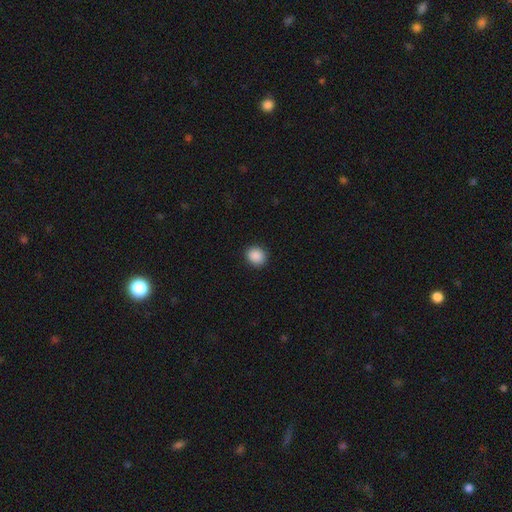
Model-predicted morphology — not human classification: smooth_or_featured: smooth (p=0.89) [alt: star or artifact p=0.09]
how_rounded: round (p=0.75) [alt: in between p=0.24]
merging: none (p=0.90) [alt: minor disturbance p=0.07]